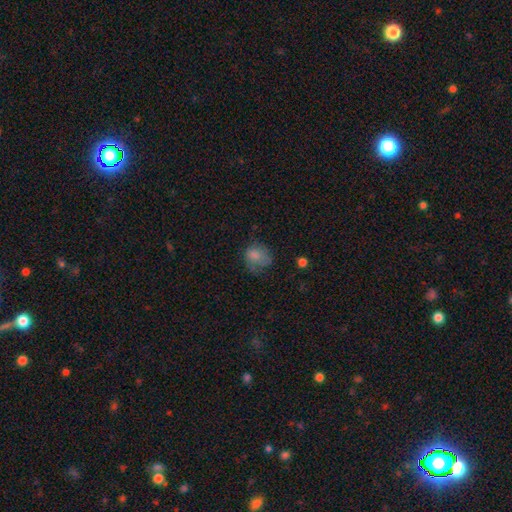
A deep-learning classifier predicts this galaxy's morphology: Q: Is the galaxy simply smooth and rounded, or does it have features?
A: smooth — 76%.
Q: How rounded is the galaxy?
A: round — 63%.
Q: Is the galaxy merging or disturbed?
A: none — 47%.